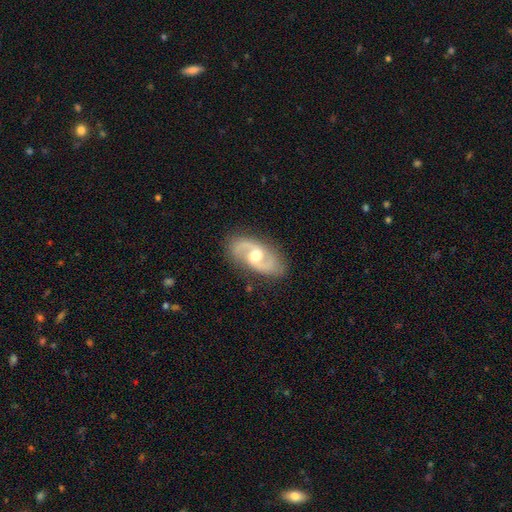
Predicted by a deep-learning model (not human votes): smooth_or_featured: featured or disk (p=0.86) [alt: smooth p=0.09]
disk_edge_on: no (p=0.96) [alt: yes p=0.04]
bar: weak (p=0.46) [alt: no p=0.43]
has_spiral_arms: yes (p=0.95) [alt: no p=0.05]
spiral_winding: medium (p=0.56) [alt: loose p=0.26]
spiral_arm_count: 2 (p=0.92) [alt: can't tell p=0.03]
bulge_size: moderate (p=0.73) [alt: large p=0.13]
merging: none (p=0.83) [alt: minor disturbance p=0.12]